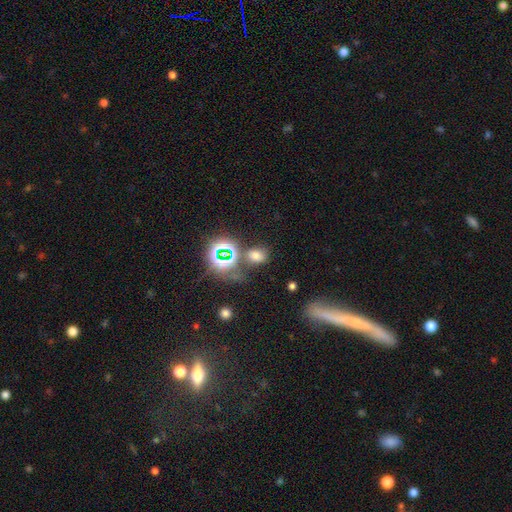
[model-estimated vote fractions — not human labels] This is likely a smooth galaxy (62%). How rounded: likely in between (62%). Merging: likely none (69%).